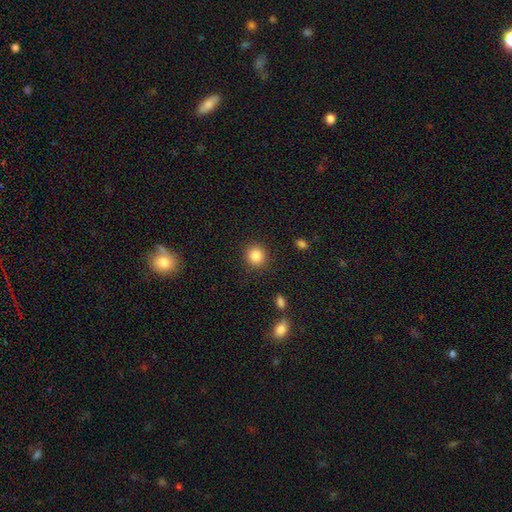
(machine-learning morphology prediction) This appears to be a smooth galaxy with no disk features (85%) that is round (90%). Merging: none (89%).